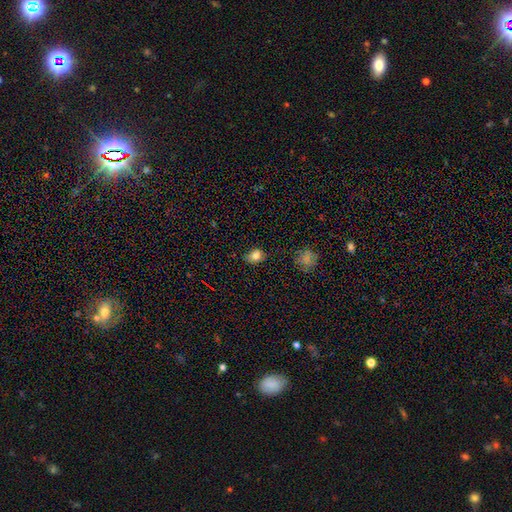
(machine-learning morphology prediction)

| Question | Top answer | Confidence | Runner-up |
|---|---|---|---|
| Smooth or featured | smooth | 82% | star or artifact (11%) |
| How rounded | in between | 65% | round (34%) |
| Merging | none | 68% | minor disturbance (24%) |